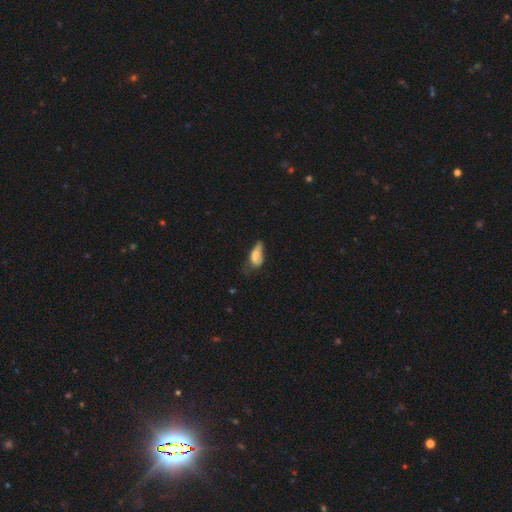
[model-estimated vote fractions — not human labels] The model was most divided on "merging": minor disturbance: 38%, major disturbance: 32%, none: 27%, merger: 3%. More confident: how rounded — in between (83%); smooth or featured — smooth (68%).